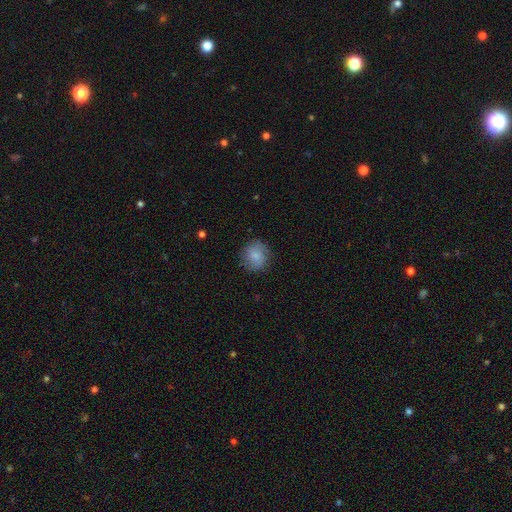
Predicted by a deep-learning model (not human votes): Morphology: type=smooth (80%); roundness=round (85%); merging=none (83%).